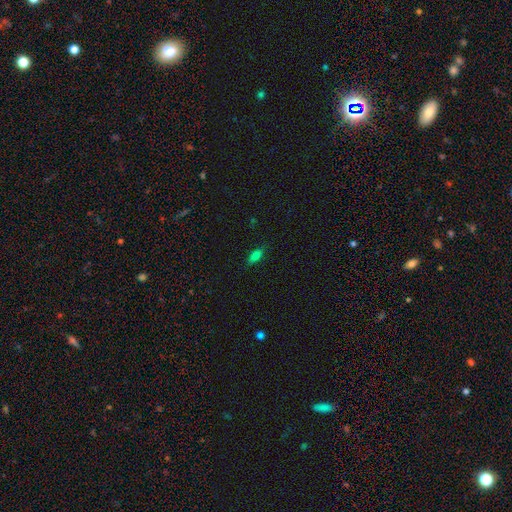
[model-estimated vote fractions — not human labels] Morphology: type=smooth (68%); roundness=in between (69%); merging=none (83%).